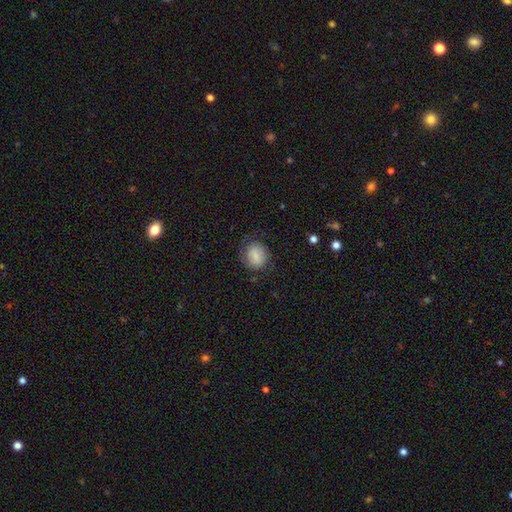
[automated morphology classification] smooth_or_featured: smooth (p=0.78) [alt: featured or disk p=0.14]
how_rounded: round (p=0.66) [alt: in between p=0.34]
merging: none (p=0.71) [alt: minor disturbance p=0.19]